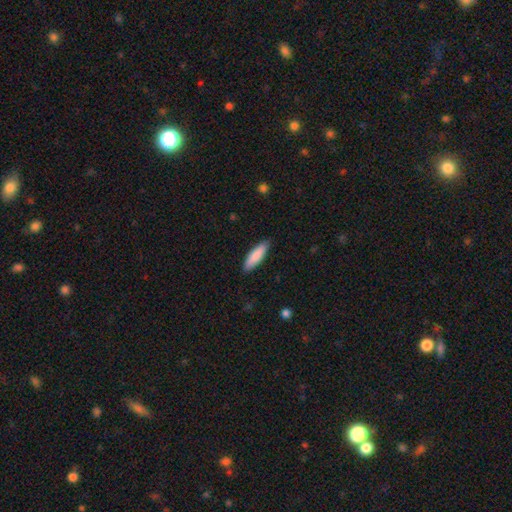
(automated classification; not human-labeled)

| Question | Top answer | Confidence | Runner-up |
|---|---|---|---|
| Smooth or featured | smooth | 86% | featured or disk (9%) |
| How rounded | cigar-shaped | 56% | in between (42%) |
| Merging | none | 89% | minor disturbance (9%) |